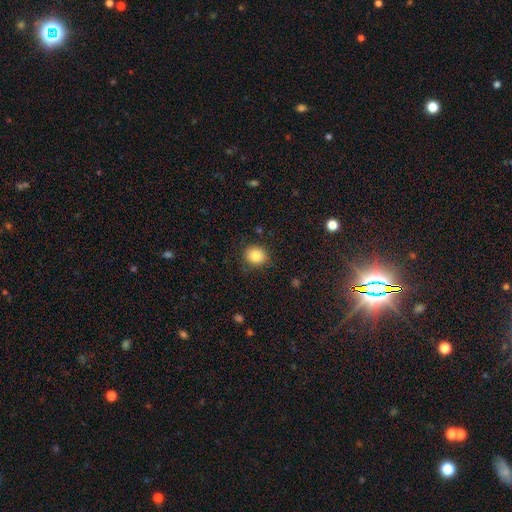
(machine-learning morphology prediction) smooth-or-featured: smooth: 86% | star or artifact: 9% | featured or disk: 5%
  how-rounded: round: 74% | in between: 25% | cigar-shaped: 1%
  merging: none: 87% | minor disturbance: 9% | major disturbance: 3% | merger: 1%